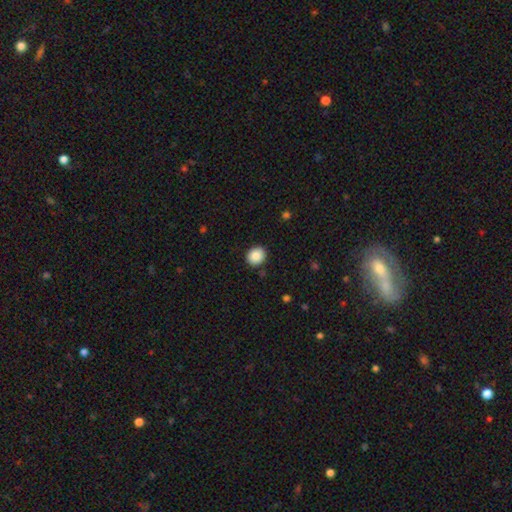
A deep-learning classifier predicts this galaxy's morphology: Smooth or featured? smooth (87%)
How rounded? round (74%)
Merging? none (89%)